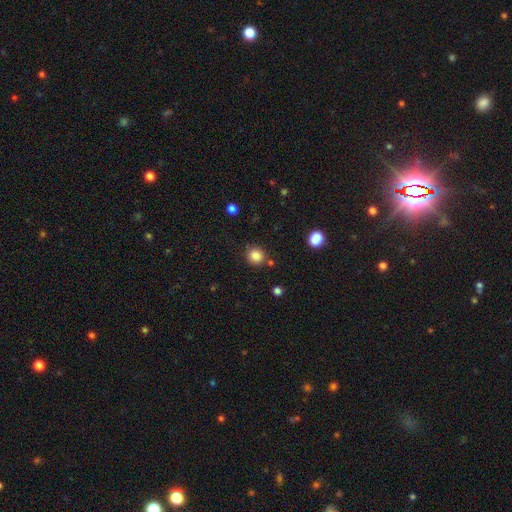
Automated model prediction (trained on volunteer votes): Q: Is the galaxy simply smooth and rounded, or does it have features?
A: smooth — 84%.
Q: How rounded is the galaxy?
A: round — 92%.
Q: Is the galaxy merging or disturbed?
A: none — 83%.